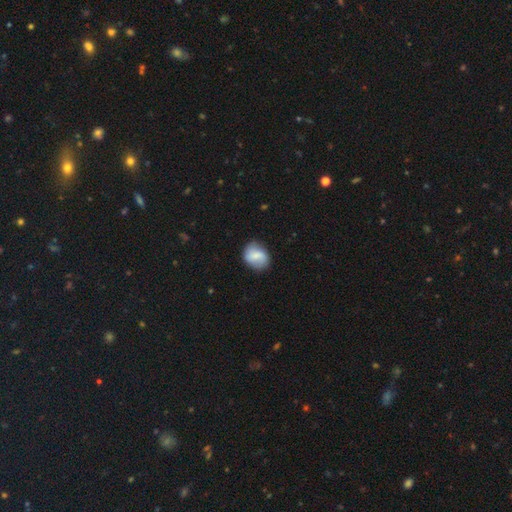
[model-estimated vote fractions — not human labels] Smooth or featured?
  - smooth: 62% *
  - featured or disk: 31%
  - star or artifact: 7%
How rounded?
  - round: 52% *
  - in between: 47%
  - cigar-shaped: 1%
Merging?
  - none: 75% *
  - minor disturbance: 18%
  - major disturbance: 5%
  - merger: 2%